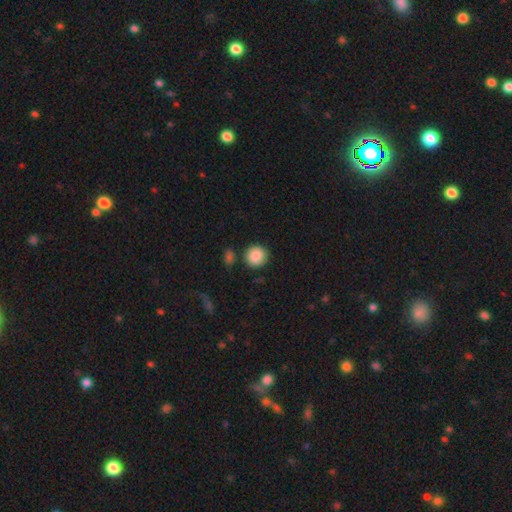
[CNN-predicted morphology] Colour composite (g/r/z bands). It shows a smooth galaxy with no disk features (88%) that is round (93%). Merging: none (83%).